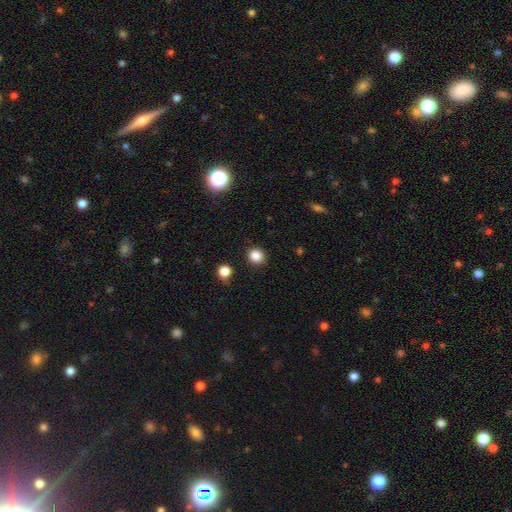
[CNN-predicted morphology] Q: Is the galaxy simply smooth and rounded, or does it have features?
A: smooth — 85%.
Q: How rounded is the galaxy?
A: round — 90%.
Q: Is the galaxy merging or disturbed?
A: none — 89%.